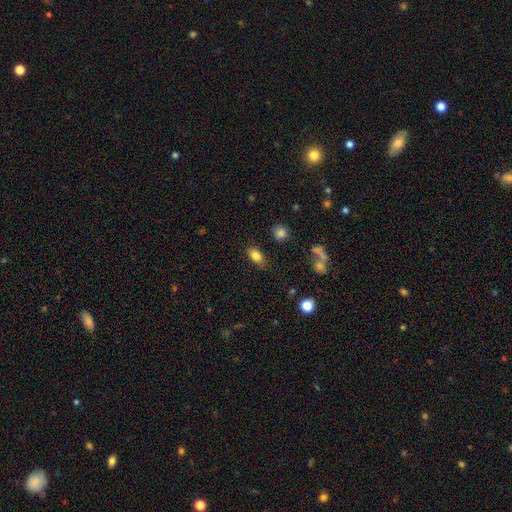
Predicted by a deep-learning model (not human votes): This appears to be a smooth galaxy with no disk features (82%) that is in between round and cigar-shaped (84%). Merging: none (81%).